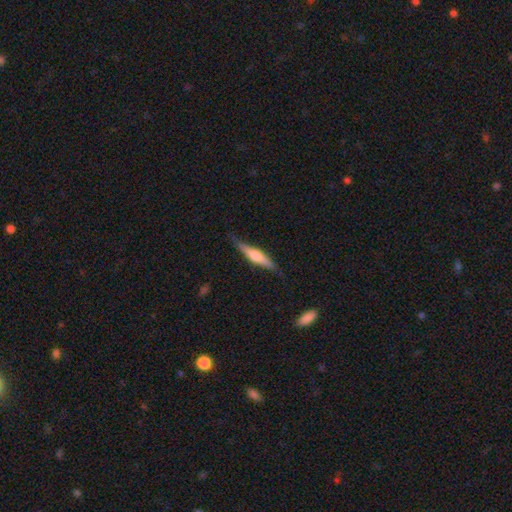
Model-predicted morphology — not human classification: This is possibly a featured or disk galaxy (55%). It is clearly viewed edge-on (96%). Edge-on bulge: likely rounded (79%). Merging: clearly none (82%).